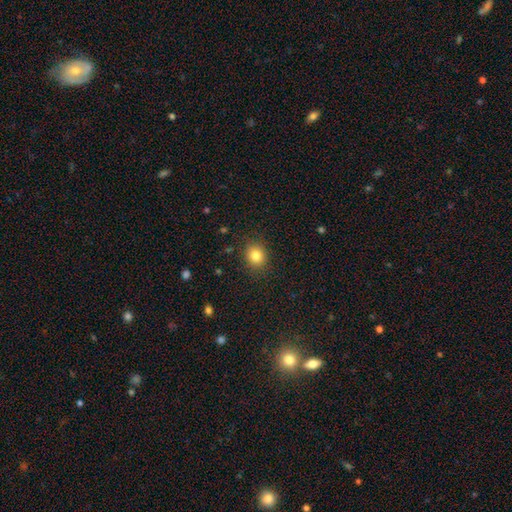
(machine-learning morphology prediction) type=smooth (82%); roundness=round (72%); merging=none (87%).